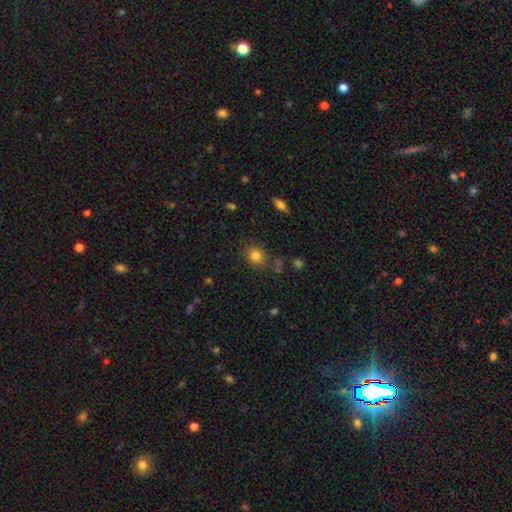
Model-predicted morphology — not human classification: smooth-or-featured: smooth: 82% | star or artifact: 12% | featured or disk: 6%
  how-rounded: round: 70% | in between: 29% | cigar-shaped: 1%
  merging: none: 80% | minor disturbance: 12% | major disturbance: 4% | merger: 4%